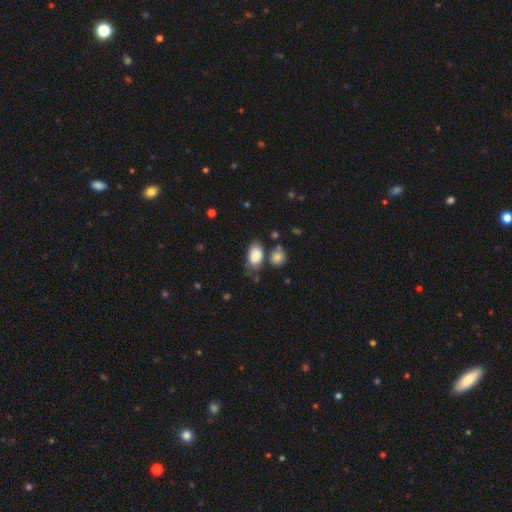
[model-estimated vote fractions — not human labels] The model was most divided on "merging": none: 58%, minor disturbance: 22%, merger: 13%, major disturbance: 7%. More confident: how rounded — in between (90%); smooth or featured — smooth (84%).